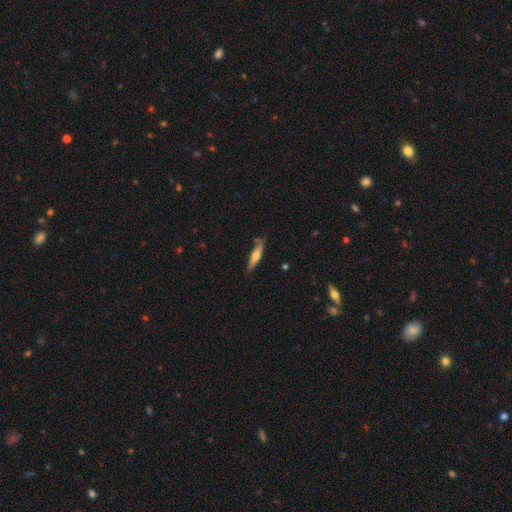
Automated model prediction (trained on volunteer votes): Smooth or featured?
  - smooth: 53% *
  - featured or disk: 41%
  - star or artifact: 6%
How rounded?
  - cigar-shaped: 86% *
  - in between: 13%
  - round: 2%
Merging?
  - none: 74% *
  - minor disturbance: 18%
  - merger: 5%
  - major disturbance: 3%